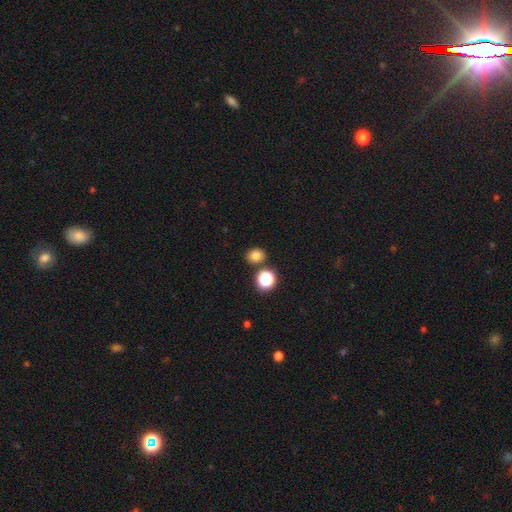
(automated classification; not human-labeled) Morphology: type=smooth (80%); roundness=round (63%); merging=none (81%).